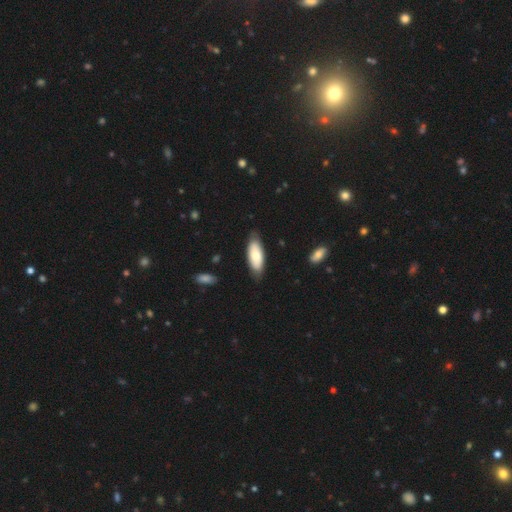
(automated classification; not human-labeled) Smooth or featured? Predicted: smooth (p=0.74). How rounded? Predicted: in between (p=0.78). Merging? Predicted: none (p=0.79).